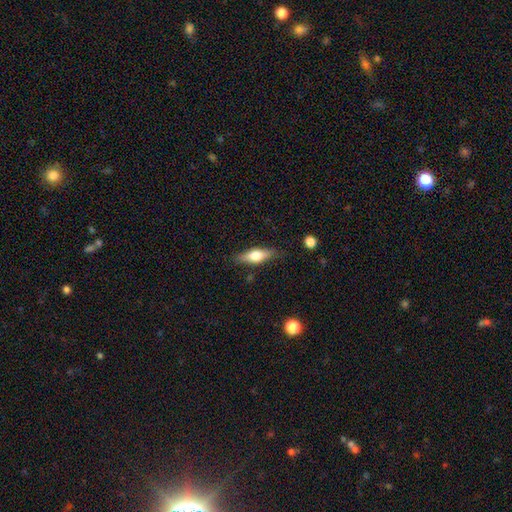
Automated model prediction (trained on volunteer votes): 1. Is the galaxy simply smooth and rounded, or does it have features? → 58% smooth, 35% featured or disk, 6% star or artifact.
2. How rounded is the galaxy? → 55% in between, 42% cigar-shaped, 3% round.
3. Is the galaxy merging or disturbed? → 81% none, 14% minor disturbance, 3% major disturbance, 2% merger.